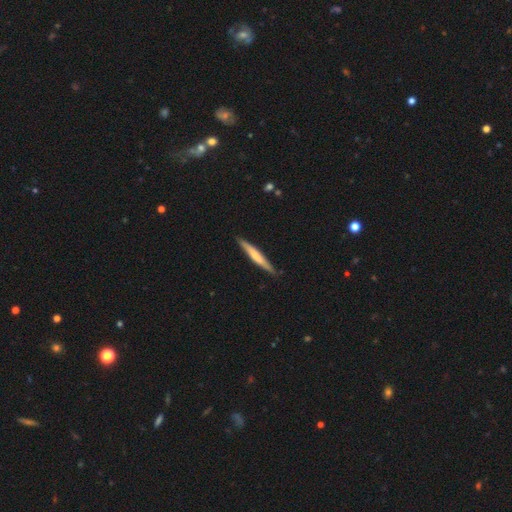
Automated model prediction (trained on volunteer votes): A smooth galaxy with no disk features (54%) that is cigar-shaped (95%).

Vote fractions:
- Smooth or featured? smooth: 54% / featured or disk: 41% / star or artifact: 5%
- How rounded? cigar-shaped: 95% / in between: 4% / round: 1%
- Merging? none: 87% / minor disturbance: 10% / major disturbance: 2% / merger: 1%